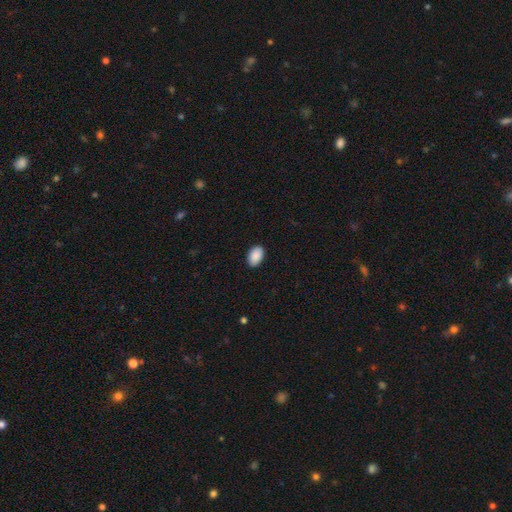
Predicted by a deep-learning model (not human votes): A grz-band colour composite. It shows a smooth galaxy with no disk features (91%) that is in between round and cigar-shaped (91%). Merging: none (89%).